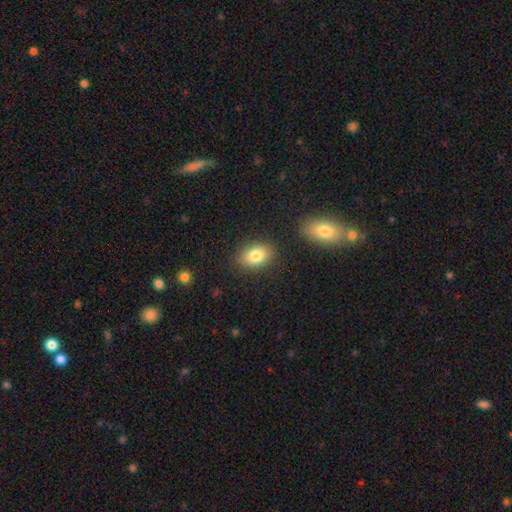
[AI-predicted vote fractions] Smooth or featured: smooth — 82% (featured or disk — 9%)
How rounded: in between — 80% (round — 19%)
Merging: none — 85% (minor disturbance — 10%)